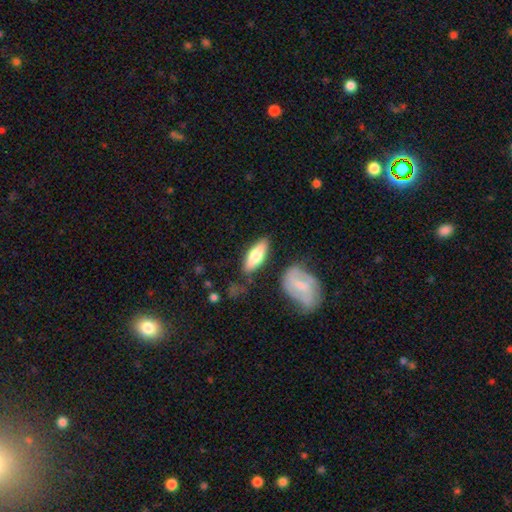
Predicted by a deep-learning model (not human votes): smooth_or_featured: smooth (p=0.63) [alt: featured or disk p=0.32]
how_rounded: in between (p=0.63) [alt: cigar-shaped p=0.35]
merging: none (p=0.78) [alt: minor disturbance p=0.14]